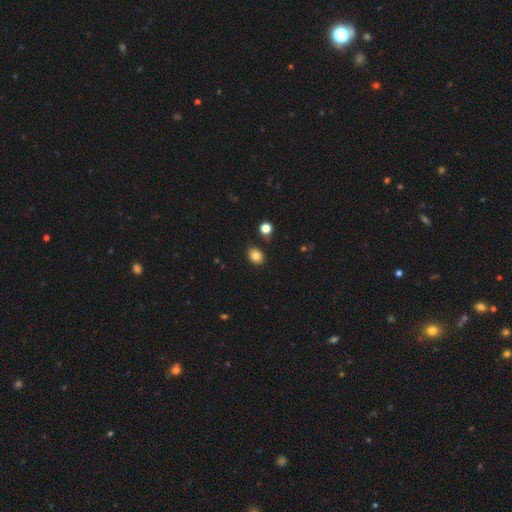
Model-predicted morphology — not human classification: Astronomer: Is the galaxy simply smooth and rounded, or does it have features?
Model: smooth — 83%.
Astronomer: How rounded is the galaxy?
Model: in between — 56% (runner-up: round, 43%).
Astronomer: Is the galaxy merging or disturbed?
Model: none — 84%.